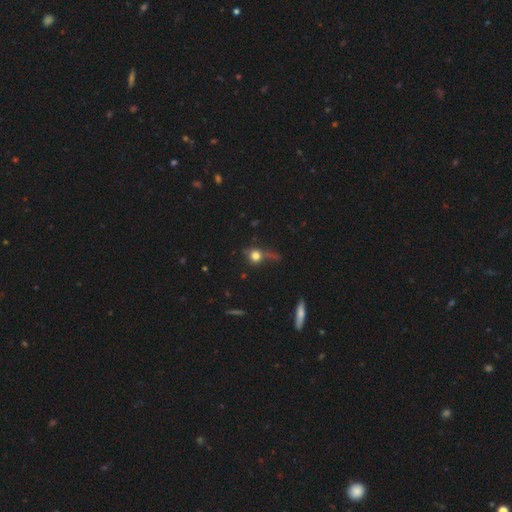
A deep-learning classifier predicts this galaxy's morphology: This appears to be a smooth galaxy with no disk features (70%) that is round (78%). Merging: none (48%).